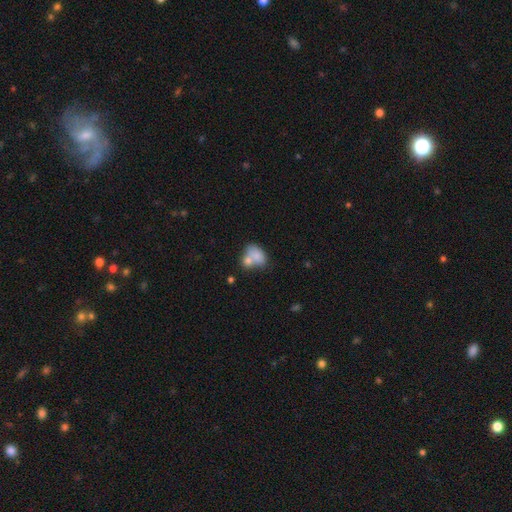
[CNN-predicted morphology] Q: Smooth or featured?
A: smooth (75%); runner-up: featured or disk (17%)
Q: How rounded?
A: in between (73%); runner-up: round (25%)
Q: Merging?
A: merger (55%); runner-up: none (26%)